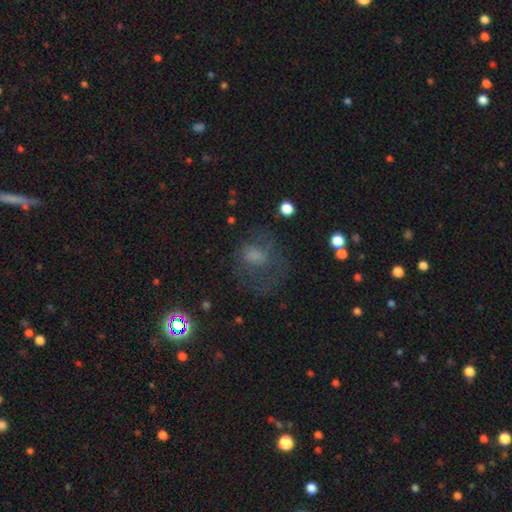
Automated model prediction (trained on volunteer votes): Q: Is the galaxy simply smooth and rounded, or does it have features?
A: smooth — 50%.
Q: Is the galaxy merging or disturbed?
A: none — 40%.